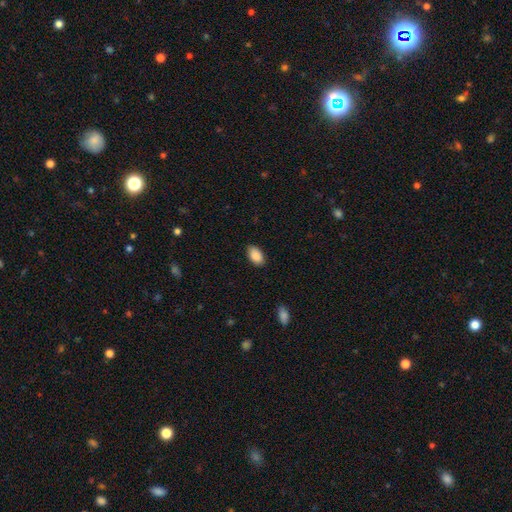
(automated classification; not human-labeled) This is clearly a smooth galaxy (89%). How rounded: clearly in between (93%). Merging: clearly none (86%).